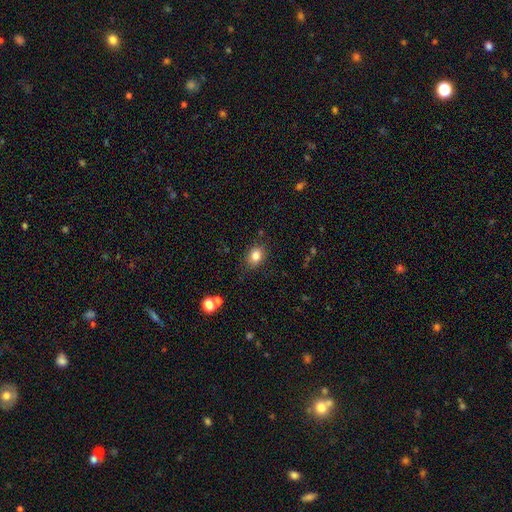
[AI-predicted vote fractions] A smooth galaxy with no disk features (83%) that is in between round and cigar-shaped (60%). Merging: none (84%).